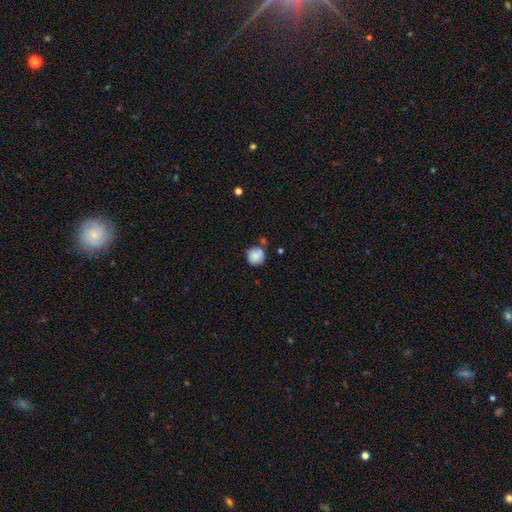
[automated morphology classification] Q: Smooth or featured?
A: smooth (84%); runner-up: star or artifact (8%)
Q: How rounded?
A: round (92%); runner-up: in between (7%)
Q: Merging?
A: none (69%); runner-up: minor disturbance (16%)